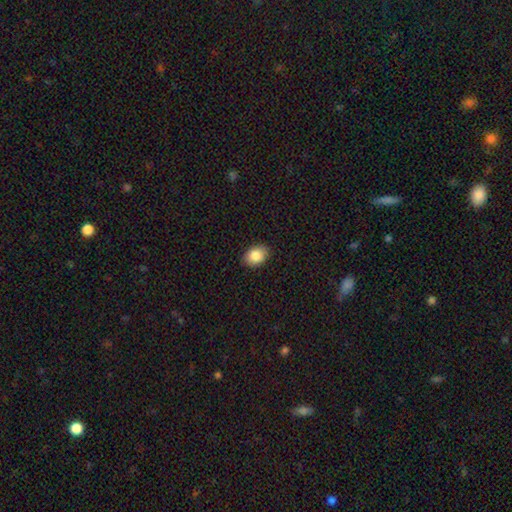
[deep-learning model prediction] Overall: smooth (86%). How rounded: in between (79%). Merging: none (88%).